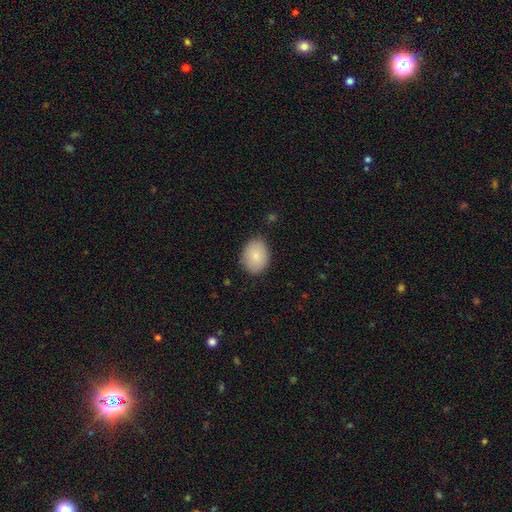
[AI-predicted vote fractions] A smooth galaxy with no disk features (86%) that is in between round and cigar-shaped (69%). Merging: none (84%).